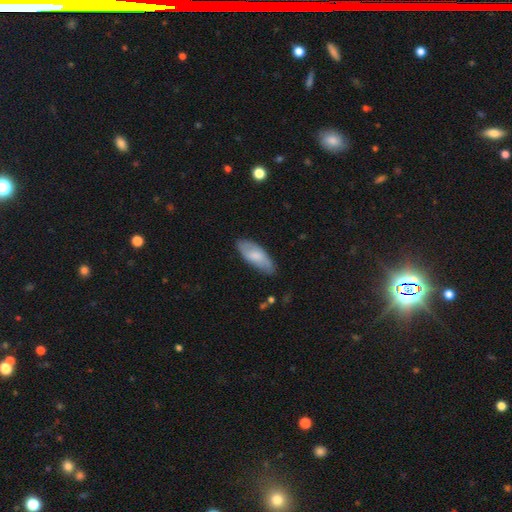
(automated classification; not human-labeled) Q: Smooth or featured?
A: smooth (70%); runner-up: featured or disk (24%)
Q: How rounded?
A: in between (80%); runner-up: cigar-shaped (18%)
Q: Merging?
A: none (76%); runner-up: minor disturbance (19%)